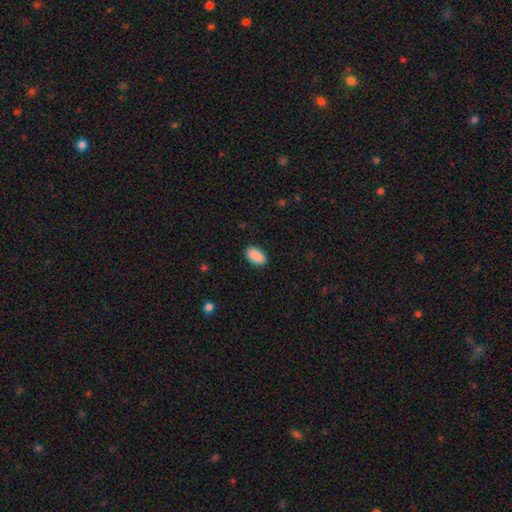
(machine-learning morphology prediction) smooth_or_featured: smooth (p=0.91) [alt: star or artifact p=0.07]
how_rounded: in between (p=0.95) [alt: round p=0.03]
merging: none (p=0.89) [alt: minor disturbance p=0.08]